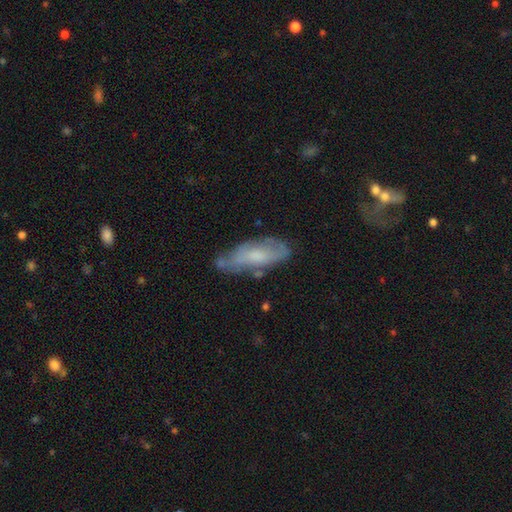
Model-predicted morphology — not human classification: Q: Smooth or featured?
A: smooth (47%); runner-up: featured or disk (45%)
Q: Merging?
A: none (55%); runner-up: minor disturbance (29%)